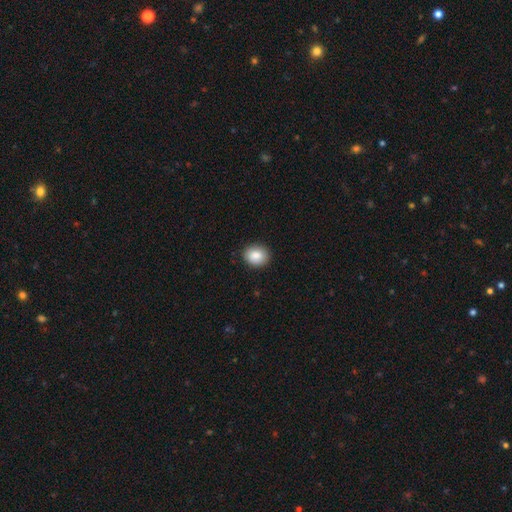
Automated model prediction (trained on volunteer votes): smooth_or_featured: smooth (p=0.87) [alt: star or artifact p=0.08]
how_rounded: round (p=0.63) [alt: in between p=0.36]
merging: none (p=0.88) [alt: minor disturbance p=0.09]